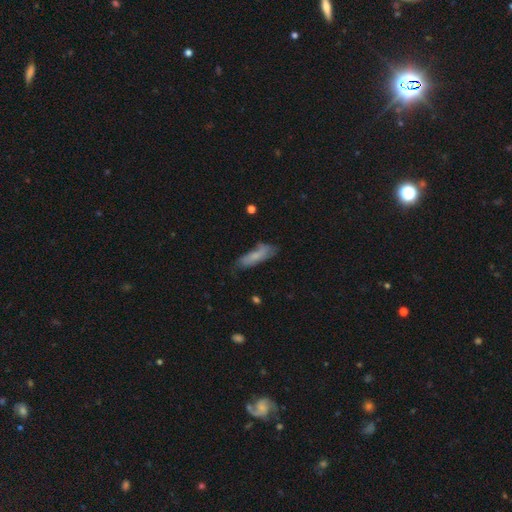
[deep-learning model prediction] Morphology: type=smooth (68%); roundness=cigar-shaped (51%); merging=none (56%).